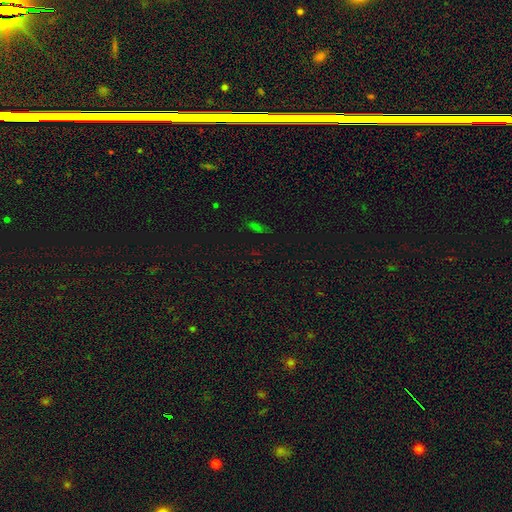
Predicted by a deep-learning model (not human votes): This appears to be a star or artifact, not a galaxy (58%).